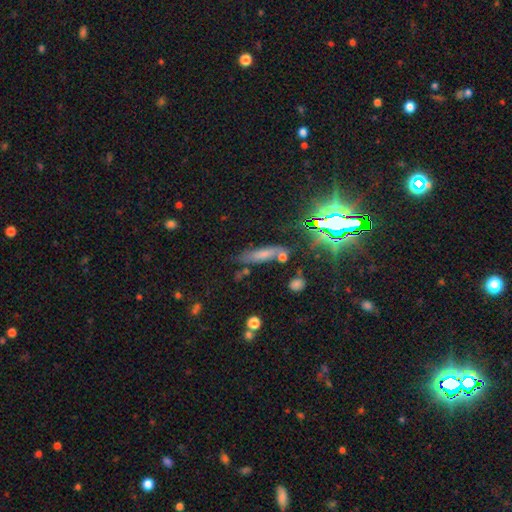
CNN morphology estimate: A smooth galaxy with no disk features (47%). Merging: none (65%).